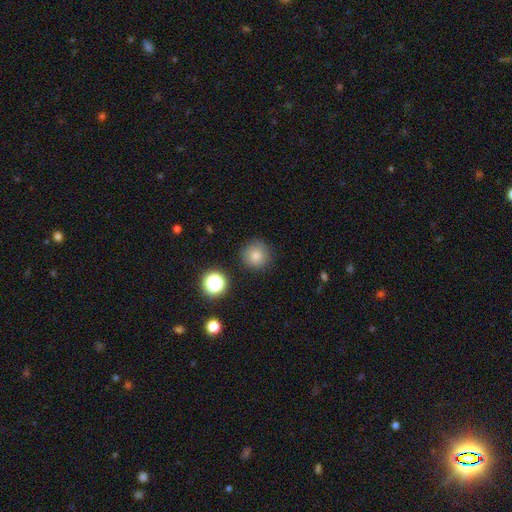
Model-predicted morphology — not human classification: Smooth or featured: smooth — 80% (star or artifact — 13%)
How rounded: round — 95% (in between — 4%)
Merging: none — 86% (minor disturbance — 9%)